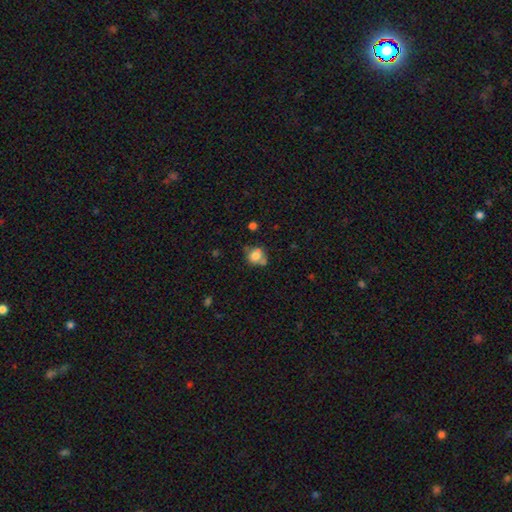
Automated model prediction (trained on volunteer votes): Smooth or featured: smooth — 78% (featured or disk — 12%)
How rounded: round — 85% (in between — 14%)
Merging: none — 55% (merger — 21%)